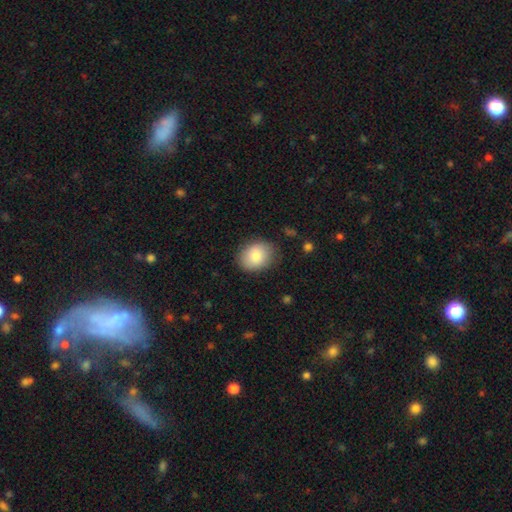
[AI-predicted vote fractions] Overall: smooth (82%). How rounded: in between (52%; round 47%). Merging: none (83%).